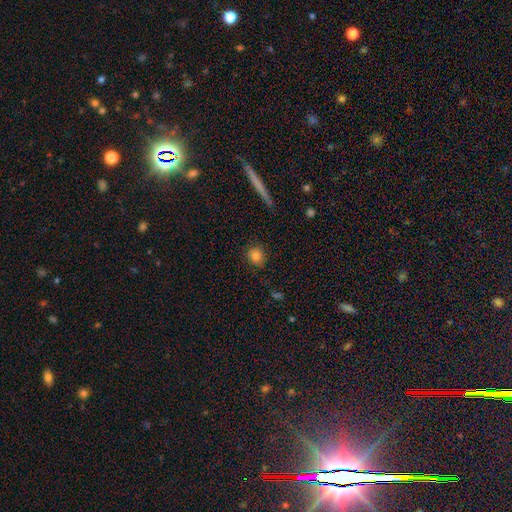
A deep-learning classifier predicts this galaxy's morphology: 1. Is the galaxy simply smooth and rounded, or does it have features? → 84% smooth, 11% star or artifact, 6% featured or disk.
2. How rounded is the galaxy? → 76% round, 22% in between, 2% cigar-shaped.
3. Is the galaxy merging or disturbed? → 84% none, 11% minor disturbance, 3% major disturbance, 2% merger.